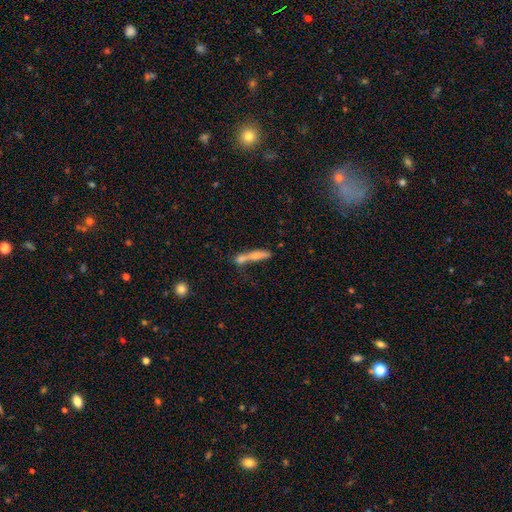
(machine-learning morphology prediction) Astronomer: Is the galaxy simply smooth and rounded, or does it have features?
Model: smooth — 60%.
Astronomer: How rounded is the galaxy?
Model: cigar-shaped — 82%.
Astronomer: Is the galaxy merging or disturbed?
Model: merger — 46% (runner-up: none, 34%).